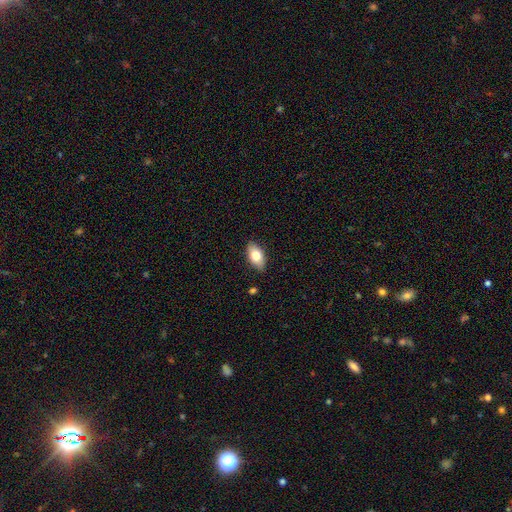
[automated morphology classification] smooth-or-featured: smooth: 75% | featured or disk: 18% | star or artifact: 7%
  how-rounded: in between: 91% | round: 5% | cigar-shaped: 4%
  merging: none: 85% | minor disturbance: 11% | major disturbance: 2% | merger: 1%